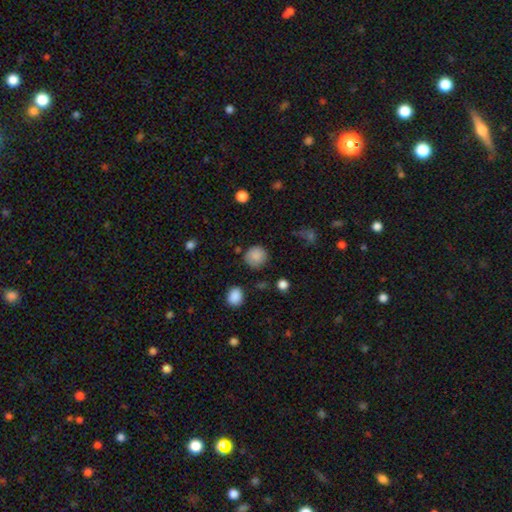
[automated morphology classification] The model was most divided on "merging": none: 80%, minor disturbance: 14%, major disturbance: 4%, merger: 2%. More confident: how rounded — round (90%); smooth or featured — smooth (85%).